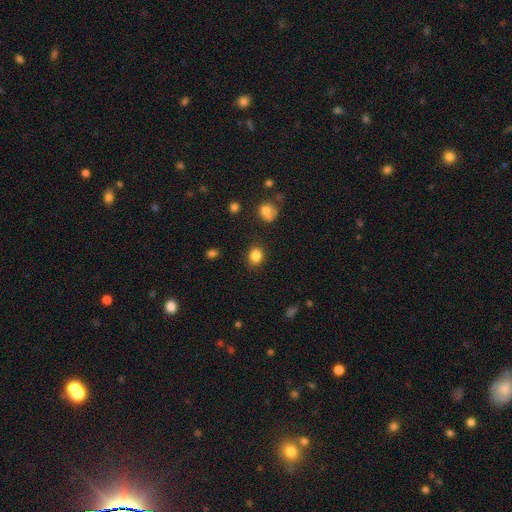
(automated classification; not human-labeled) Smooth or featured?
  - smooth: 85% *
  - star or artifact: 10%
  - featured or disk: 5%
How rounded?
  - round: 64% *
  - in between: 35%
  - cigar-shaped: 1%
Merging?
  - none: 84% *
  - minor disturbance: 11%
  - major disturbance: 3%
  - merger: 2%